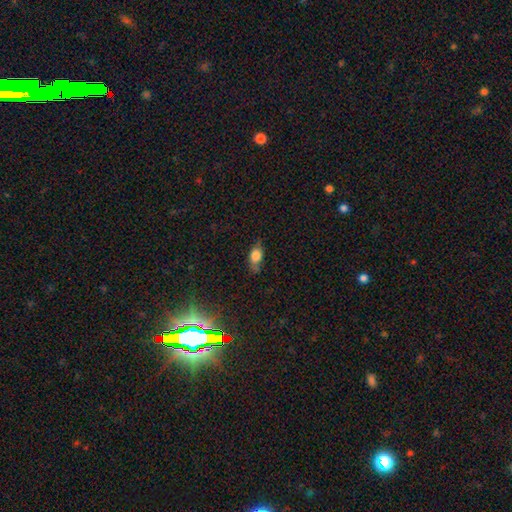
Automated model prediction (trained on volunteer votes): smooth_or_featured: smooth (p=0.71) [alt: featured or disk p=0.18]
how_rounded: in between (p=0.77) [alt: round p=0.15]
merging: none (p=0.61) [alt: minor disturbance p=0.29]